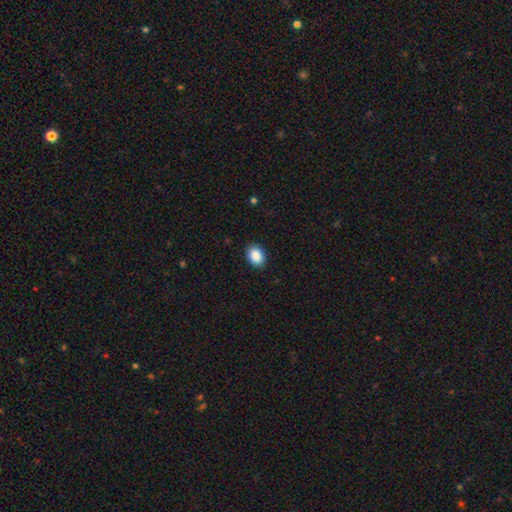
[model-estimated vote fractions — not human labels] Smooth or featured?
  - smooth: 89% *
  - star or artifact: 8%
  - featured or disk: 3%
How rounded?
  - in between: 73% *
  - round: 26%
  - cigar-shaped: 1%
Merging?
  - none: 89% *
  - minor disturbance: 8%
  - major disturbance: 2%
  - merger: 1%